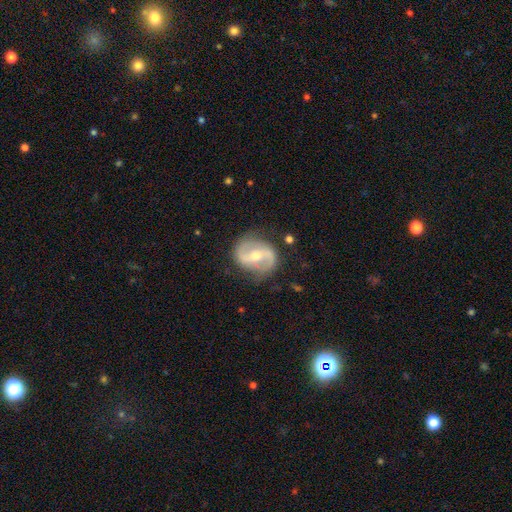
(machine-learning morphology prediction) This appears to be a featured or disk galaxy (83%) with a weak bar (40%), 2 (90%) medium (47%) spiral arms (91%) and a moderate central bulge (56%). Merging: none (78%).